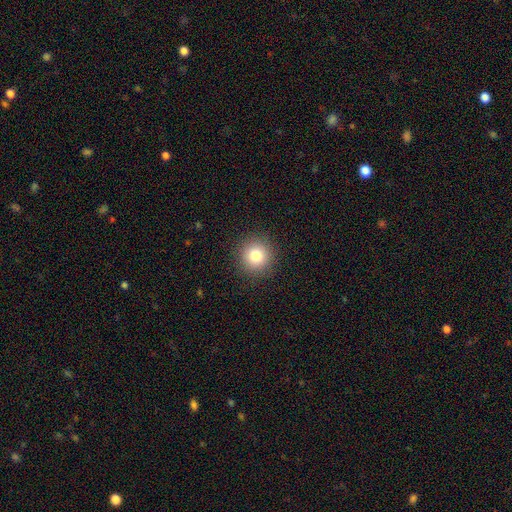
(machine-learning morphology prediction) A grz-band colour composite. It shows a smooth galaxy with no disk features (81%) that is round (94%). Merging: none (91%).